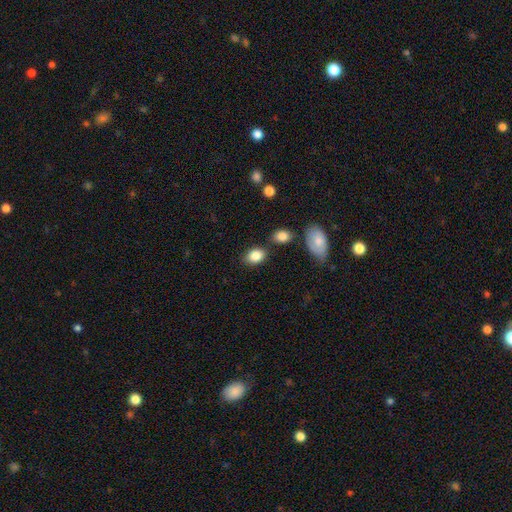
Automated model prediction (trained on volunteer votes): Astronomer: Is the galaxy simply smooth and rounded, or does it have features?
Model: smooth — 86%.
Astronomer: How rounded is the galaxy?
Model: in between — 76%.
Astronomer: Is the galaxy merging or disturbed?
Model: none — 76%.